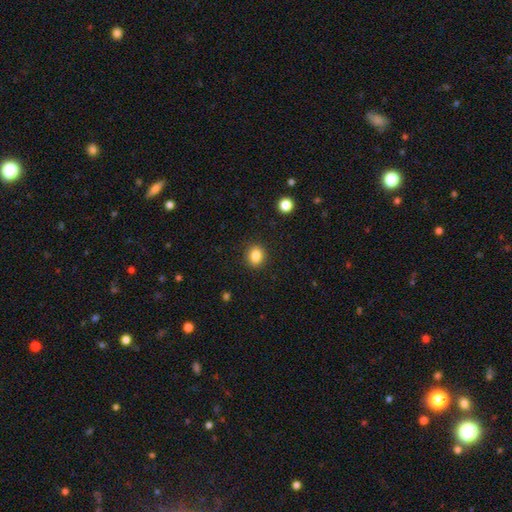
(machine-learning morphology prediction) Overall: smooth (85%). How rounded: round (69%; in between 31%). Merging: none (90%).